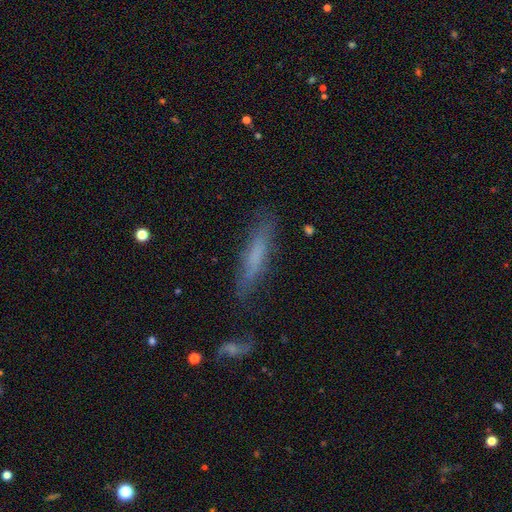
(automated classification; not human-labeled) A smooth galaxy with no disk features (59%) that is cigar-shaped (84%).

Vote fractions:
- Smooth or featured? smooth: 59% / featured or disk: 32% / star or artifact: 9%
- How rounded? cigar-shaped: 84% / in between: 15% / round: 2%
- Merging? none: 72% / minor disturbance: 18% / major disturbance: 6% / merger: 3%